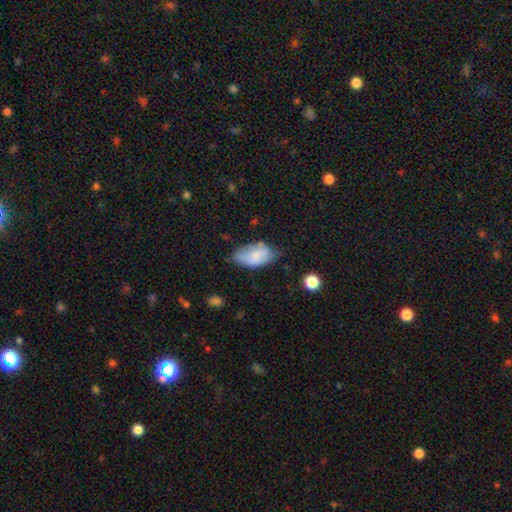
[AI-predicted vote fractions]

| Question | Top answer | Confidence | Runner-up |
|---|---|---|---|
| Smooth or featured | smooth | 74% | featured or disk (18%) |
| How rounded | in between | 94% | round (4%) |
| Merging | none | 50% | minor disturbance (35%) |